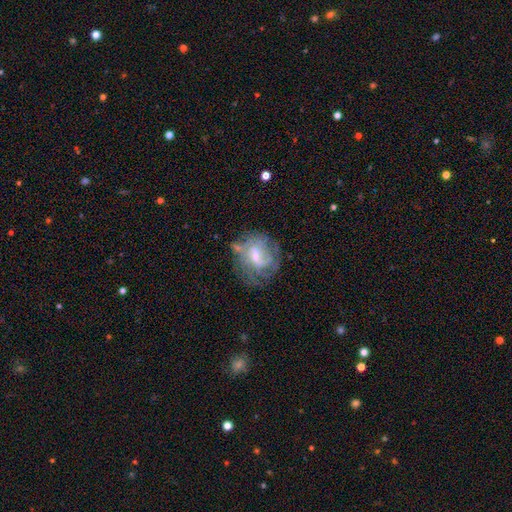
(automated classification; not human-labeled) Smooth or featured?
  - featured or disk: 72% *
  - smooth: 19%
  - star or artifact: 9%
Edge-on disk?
  - no: 97% *
  - yes: 3%
Bar?
  - weak: 54% *
  - no: 32%
  - strong: 14%
Spiral arms?
  - yes: 75% *
  - no: 25%
Spiral winding?
  - tight: 47% *
  - medium: 36%
  - loose: 17%
Spiral arm count?
  - can't tell: 51% *
  - 2: 15%
  - 3: 13%
  - 4: 11%
  - 1: 5%
  - more than 4: 5%
Bulge size?
  - small: 56% *
  - moderate: 36%
  - none: 5%
  - large: 3%
  - dominant: 1%
Merging?
  - none: 56% *
  - minor disturbance: 22%
  - major disturbance: 18%
  - merger: 5%